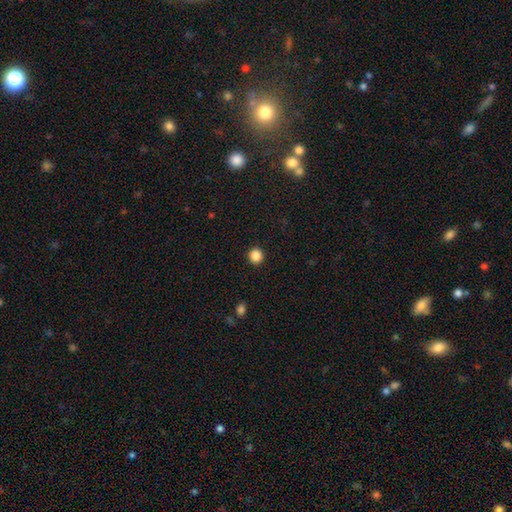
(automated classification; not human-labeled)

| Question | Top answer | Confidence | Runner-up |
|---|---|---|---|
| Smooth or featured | smooth | 87% | star or artifact (11%) |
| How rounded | round | 92% | in between (7%) |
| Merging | none | 93% | minor disturbance (5%) |